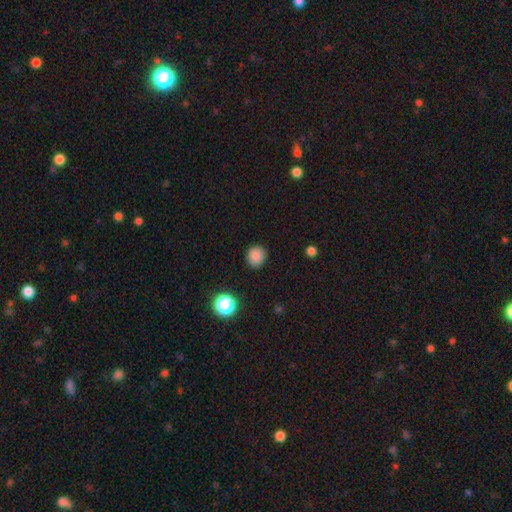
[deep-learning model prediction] Smooth or featured? smooth (85%)
How rounded? round (84%)
Merging? none (89%)